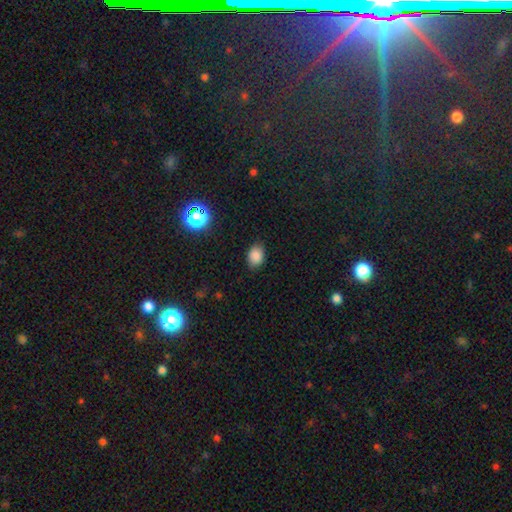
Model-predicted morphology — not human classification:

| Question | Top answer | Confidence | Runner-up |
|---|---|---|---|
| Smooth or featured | smooth | 84% | star or artifact (12%) |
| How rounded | in between | 70% | round (29%) |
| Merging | none | 83% | minor disturbance (13%) |